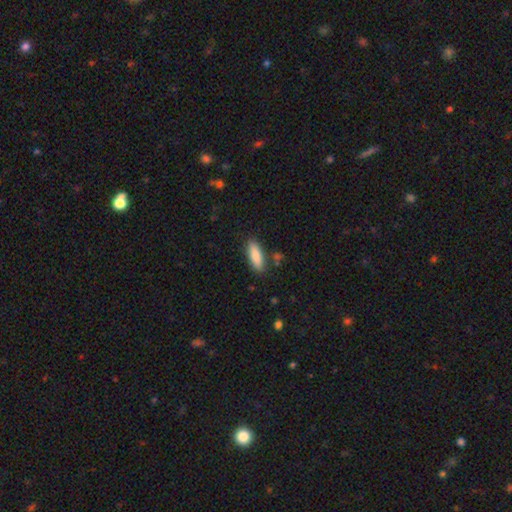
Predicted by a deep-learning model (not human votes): Overall: smooth (85%). How rounded: in between (57%; cigar-shaped 41%). Merging: none (84%).